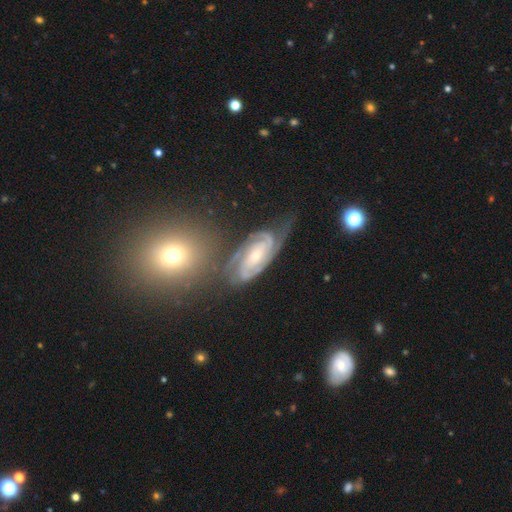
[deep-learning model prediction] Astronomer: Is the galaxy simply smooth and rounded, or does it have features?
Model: featured or disk — 89%.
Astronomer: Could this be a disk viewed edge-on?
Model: no — 96%.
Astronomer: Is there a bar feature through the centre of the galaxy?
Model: no — 51% (runner-up: weak, 33%).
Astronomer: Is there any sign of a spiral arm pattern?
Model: yes — 98%.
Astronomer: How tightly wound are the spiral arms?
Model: tight — 66%.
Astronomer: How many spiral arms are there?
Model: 2 — 49%.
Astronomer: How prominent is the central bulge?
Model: small — 63%.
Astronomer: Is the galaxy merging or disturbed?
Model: none — 58%.